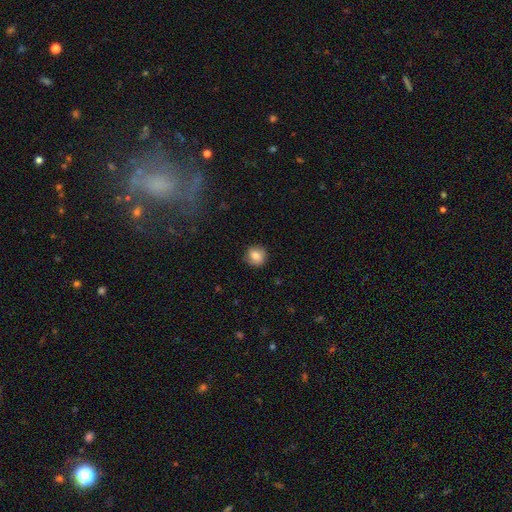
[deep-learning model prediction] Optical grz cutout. It shows a smooth galaxy with no disk features (82%) that is round (88%). Merging: none (87%).